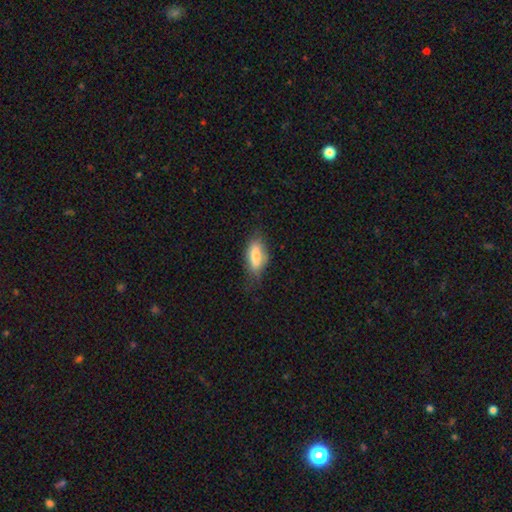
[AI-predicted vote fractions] Smooth or featured: smooth — 72% (featured or disk — 21%)
How rounded: in between — 76% (cigar-shaped — 21%)
Merging: none — 61% (minor disturbance — 28%)